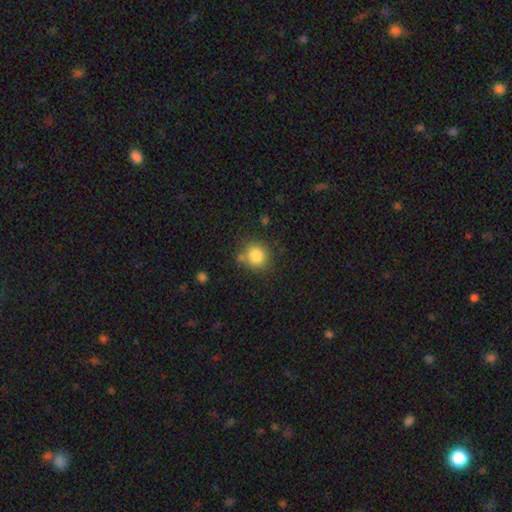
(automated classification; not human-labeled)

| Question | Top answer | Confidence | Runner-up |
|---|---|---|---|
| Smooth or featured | smooth | 84% | star or artifact (10%) |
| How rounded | round | 83% | in between (16%) |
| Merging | none | 70% | minor disturbance (15%) |